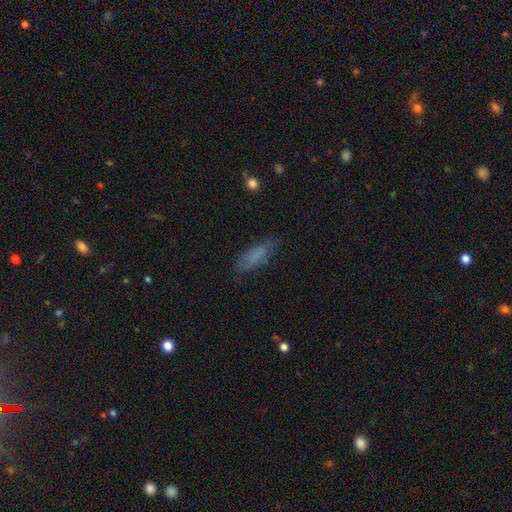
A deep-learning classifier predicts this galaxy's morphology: type=smooth (71%); roundness=in between (53%); merging=none (70%).